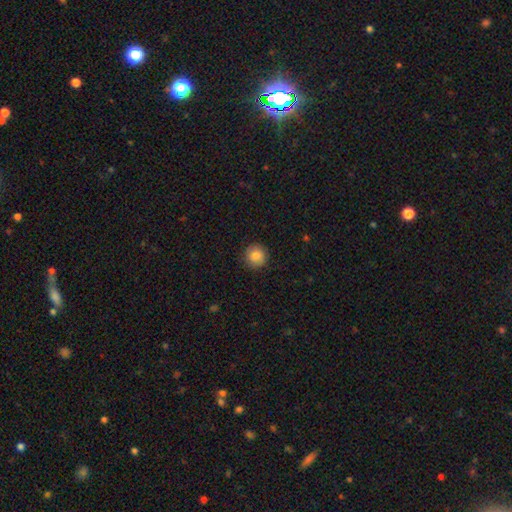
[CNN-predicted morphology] The model was most divided on "smooth or featured": smooth: 83%, star or artifact: 9%, featured or disk: 8%. More confident: how rounded — round (94%); merging — none (90%).